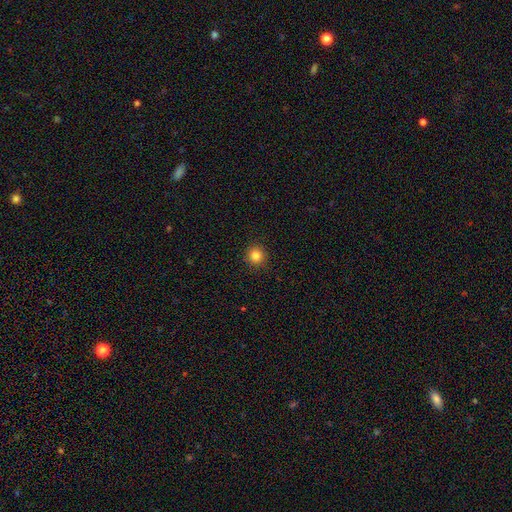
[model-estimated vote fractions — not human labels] A smooth galaxy with no disk features (83%) that is round (93%).

Vote fractions:
- Smooth or featured? smooth: 83% / star or artifact: 12% / featured or disk: 5%
- How rounded? round: 93% / in between: 6% / cigar-shaped: 1%
- Merging? none: 92% / minor disturbance: 5% / major disturbance: 2% / merger: 1%